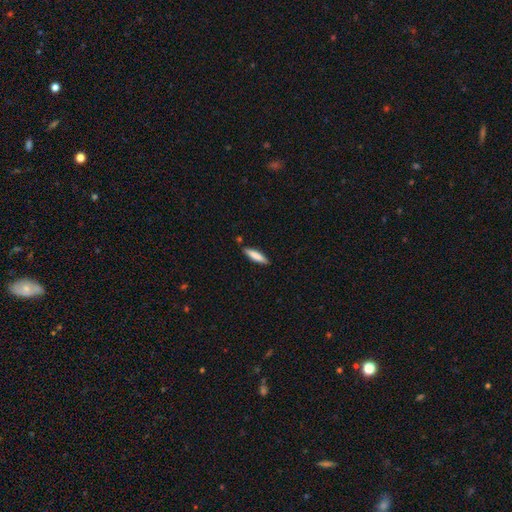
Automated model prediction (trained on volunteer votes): This appears to be a smooth galaxy with no disk features (79%) that is cigar-shaped (77%). Merging: none (85%).